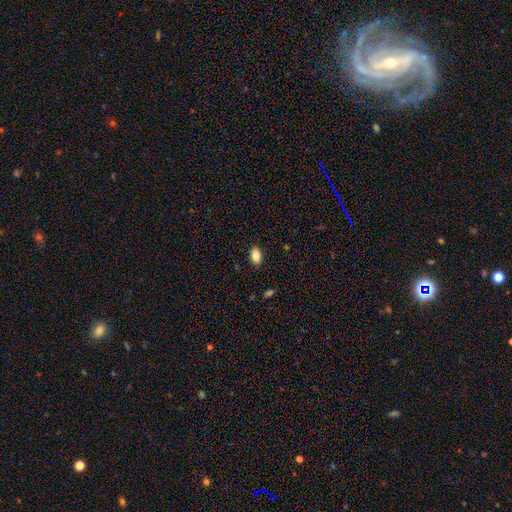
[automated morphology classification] type=smooth (86%); roundness=in between (91%); merging=none (88%).